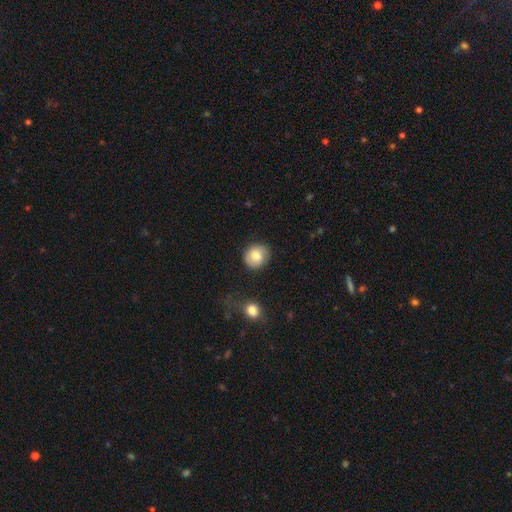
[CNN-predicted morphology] smooth 77%, featured or disk 14%, star or artifact 8%. Down the decision tree: how rounded — round (82%); merging — none (80%).